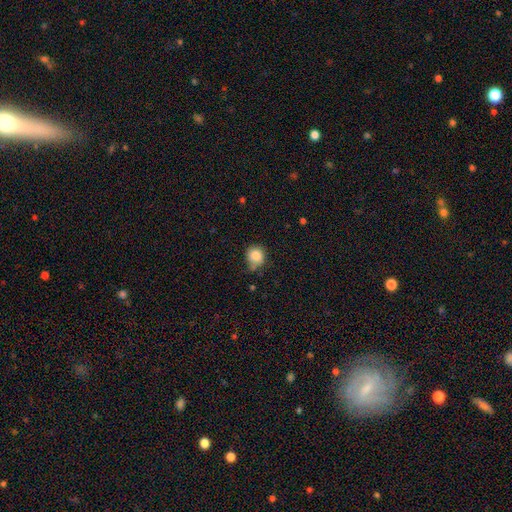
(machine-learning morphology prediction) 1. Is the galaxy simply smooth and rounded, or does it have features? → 84% smooth, 10% star or artifact, 6% featured or disk.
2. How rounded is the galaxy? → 87% round, 12% in between, 1% cigar-shaped.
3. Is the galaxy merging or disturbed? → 64% none, 26% minor disturbance, 5% major disturbance, 5% merger.